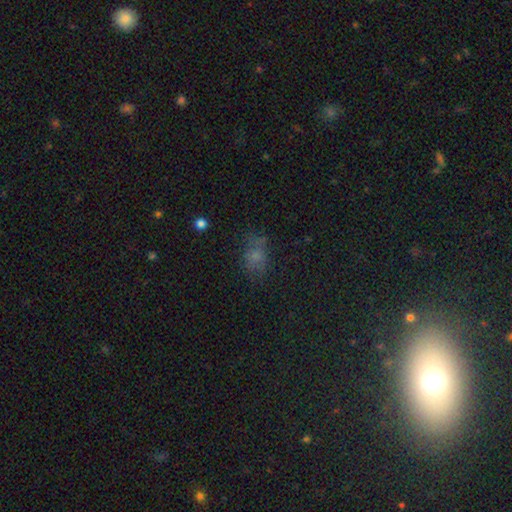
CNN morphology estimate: Smooth or featured: smooth — 62% (star or artifact — 24%)
How rounded: in between — 70% (round — 27%)
Merging: none — 57% (minor disturbance — 25%)